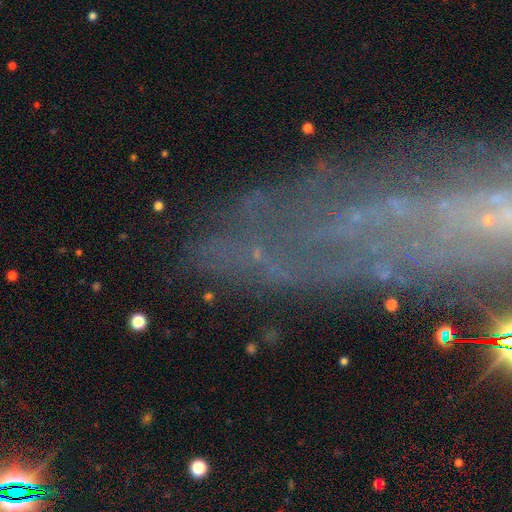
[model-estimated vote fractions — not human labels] Smooth or featured?
  - featured or disk: 54% *
  - star or artifact: 29%
  - smooth: 17%
Edge-on disk?
  - no: 73% *
  - yes: 27%
Merging?
  - none: 65% *
  - minor disturbance: 16%
  - major disturbance: 13%
  - merger: 6%